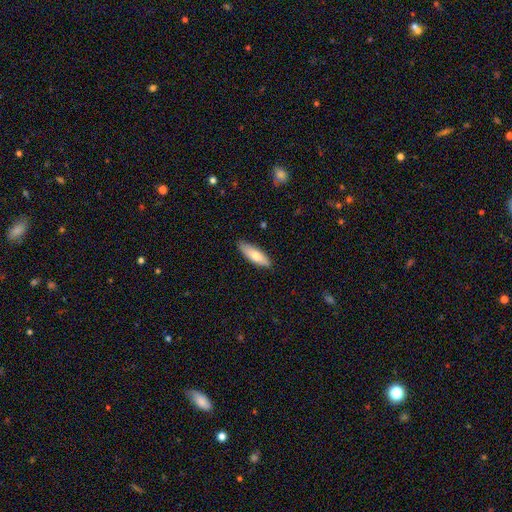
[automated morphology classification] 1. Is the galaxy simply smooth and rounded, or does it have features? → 70% smooth, 24% featured or disk, 6% star or artifact.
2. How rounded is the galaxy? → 53% in between, 45% cigar-shaped, 2% round.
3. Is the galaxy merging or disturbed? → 87% none, 10% minor disturbance, 2% major disturbance, 1% merger.